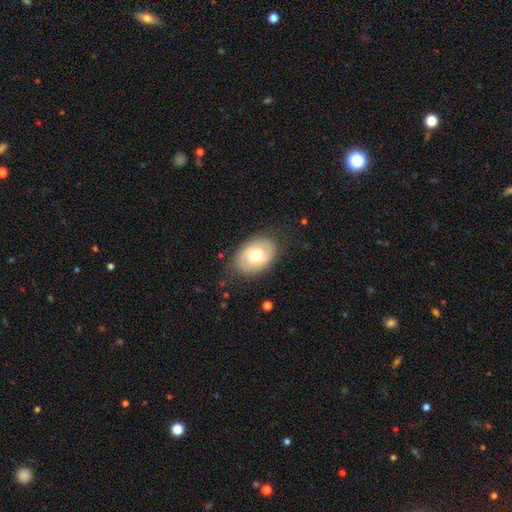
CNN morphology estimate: Smooth or featured?
  - smooth: 65% *
  - featured or disk: 29%
  - star or artifact: 7%
How rounded?
  - in between: 80% *
  - round: 19%
  - cigar-shaped: 1%
Merging?
  - none: 79% *
  - minor disturbance: 15%
  - major disturbance: 5%
  - merger: 1%